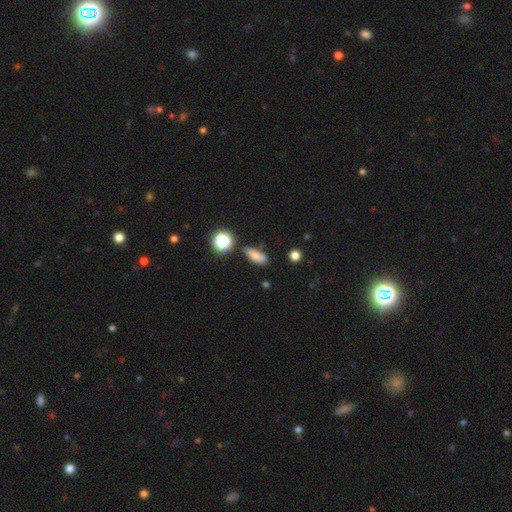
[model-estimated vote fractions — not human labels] Morphology: type=smooth (77%); roundness=in between (68%); merging=none (70%).